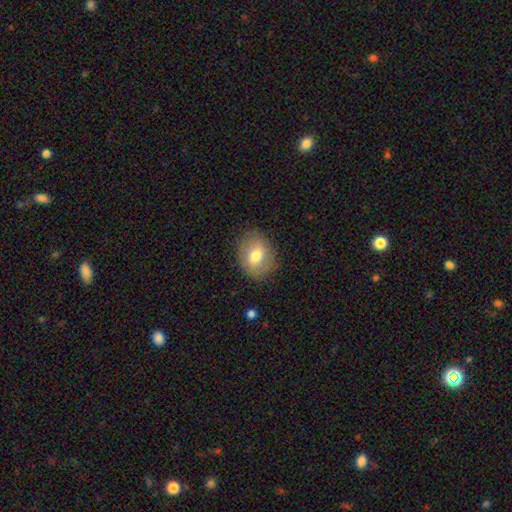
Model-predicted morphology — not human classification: type=smooth (69%); roundness=in between (52%); merging=none (83%).